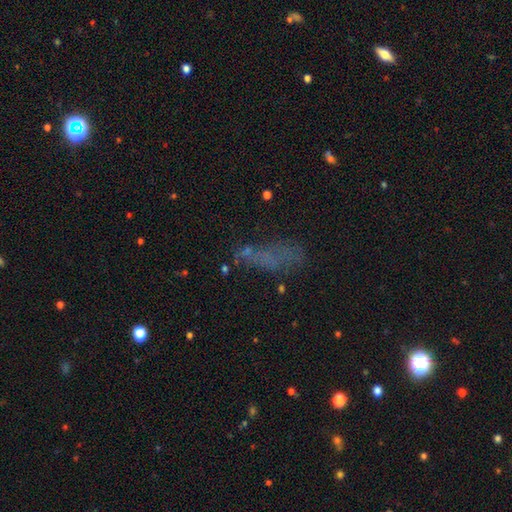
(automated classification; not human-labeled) Smooth or featured? Predicted: smooth (p=0.50). How rounded? Predicted: in between (p=0.49). Merging? Predicted: none (p=0.49).